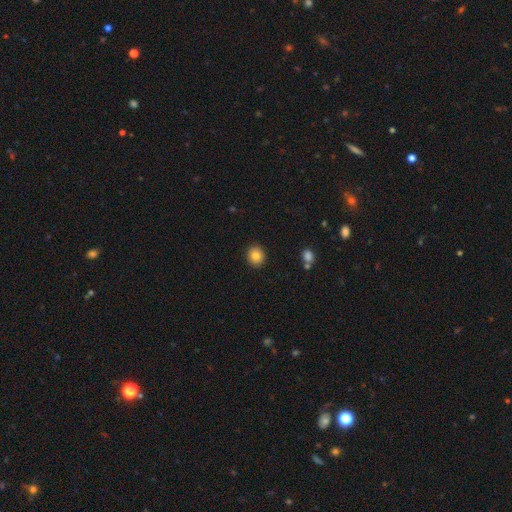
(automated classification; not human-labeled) Smooth or featured? smooth (83%)
How rounded? round (79%)
Merging? none (91%)